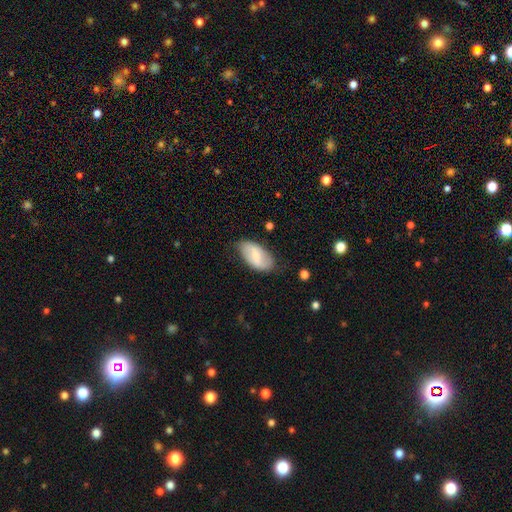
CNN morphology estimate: Smooth or featured? Predicted: smooth (p=0.57). How rounded? Predicted: in between (p=0.94). Merging? Predicted: none (p=0.72).